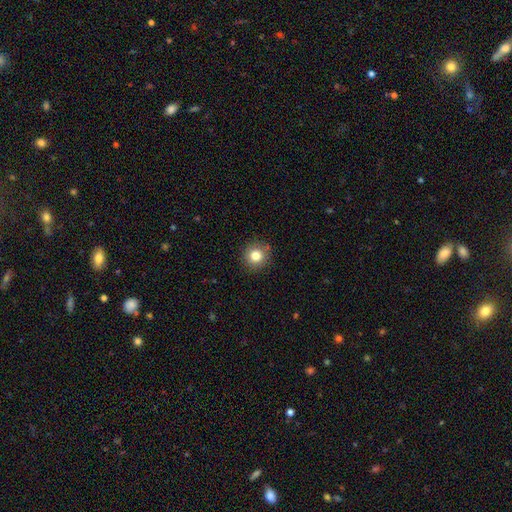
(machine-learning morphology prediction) Smooth or featured? Predicted: smooth (p=0.80). How rounded? Predicted: round (p=0.94). Merging? Predicted: none (p=0.89).